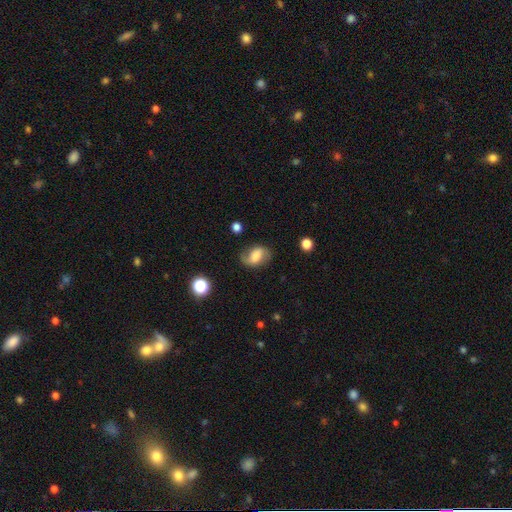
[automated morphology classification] smooth_or_featured: featured or disk (p=0.47) [alt: smooth p=0.44]
merging: none (p=0.70) [alt: minor disturbance p=0.20]